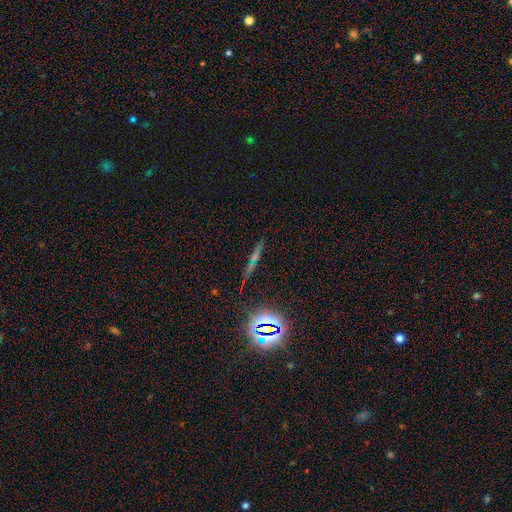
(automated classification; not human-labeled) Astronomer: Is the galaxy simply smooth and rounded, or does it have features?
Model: star or artifact — 38% (runner-up: featured or disk, 37%).